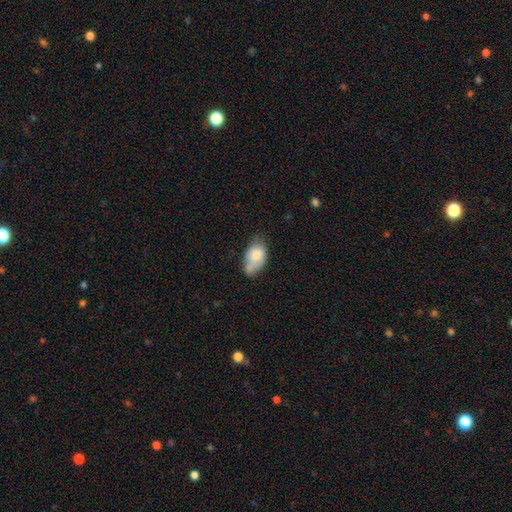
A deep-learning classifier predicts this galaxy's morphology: Q: Smooth or featured?
A: smooth (73%); runner-up: featured or disk (20%)
Q: How rounded?
A: in between (89%); runner-up: round (9%)
Q: Merging?
A: none (37%); runner-up: minor disturbance (33%)